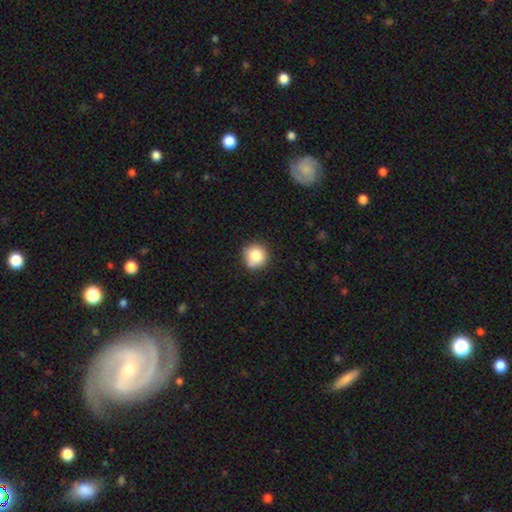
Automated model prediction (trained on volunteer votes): Overall: smooth (81%). How rounded: round (93%). Merging: none (74%).